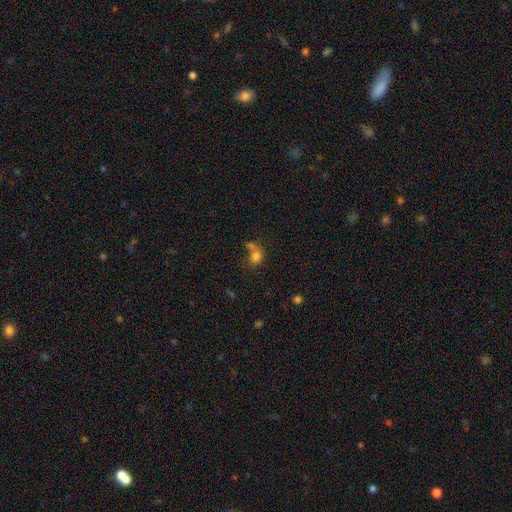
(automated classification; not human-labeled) smooth-or-featured: smooth: 77% | star or artifact: 13% | featured or disk: 10%
  how-rounded: round: 50% | in between: 48% | cigar-shaped: 1%
  merging: merger: 47% | none: 35% | minor disturbance: 10% | major disturbance: 7%